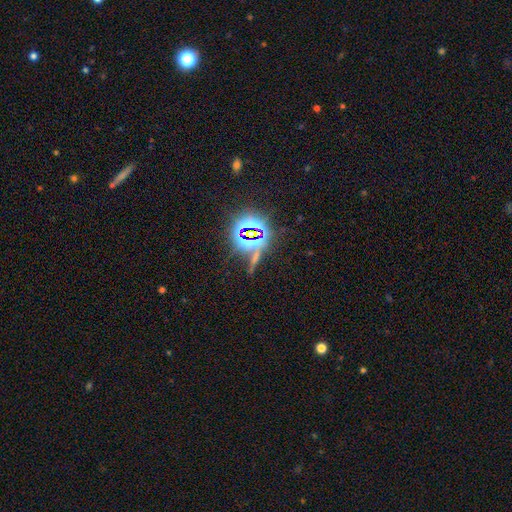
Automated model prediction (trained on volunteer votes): smooth_or_featured: star or artifact (p=0.67) [alt: smooth p=0.20]